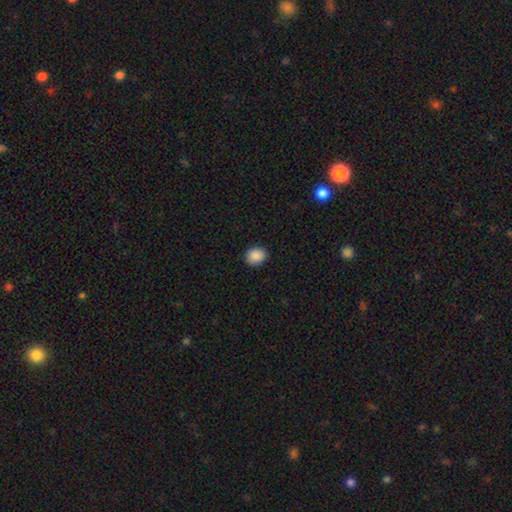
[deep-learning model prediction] Smooth or featured: smooth — 89% (star or artifact — 8%)
How rounded: round — 63% (in between — 36%)
Merging: none — 89% (minor disturbance — 8%)